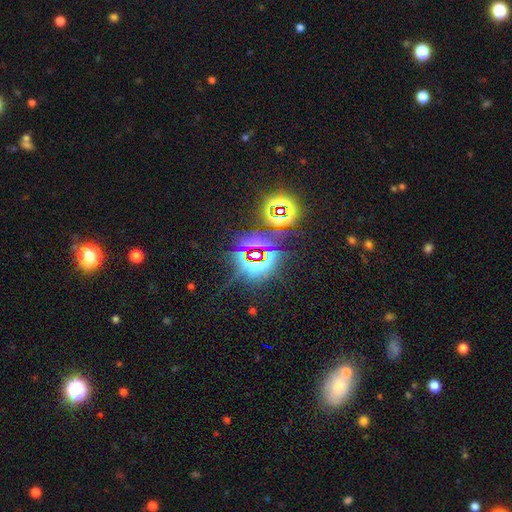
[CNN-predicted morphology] Q: Smooth or featured?
A: star or artifact (80%); runner-up: smooth (12%)